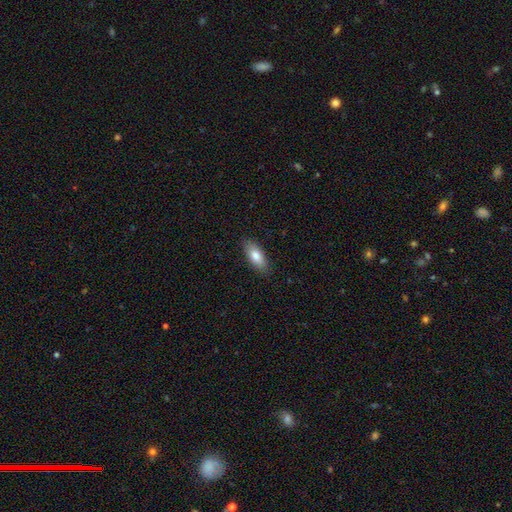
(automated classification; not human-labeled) smooth_or_featured: smooth (p=0.80) [alt: featured or disk p=0.14]
how_rounded: in between (p=0.79) [alt: cigar-shaped p=0.18]
merging: none (p=0.87) [alt: minor disturbance p=0.10]